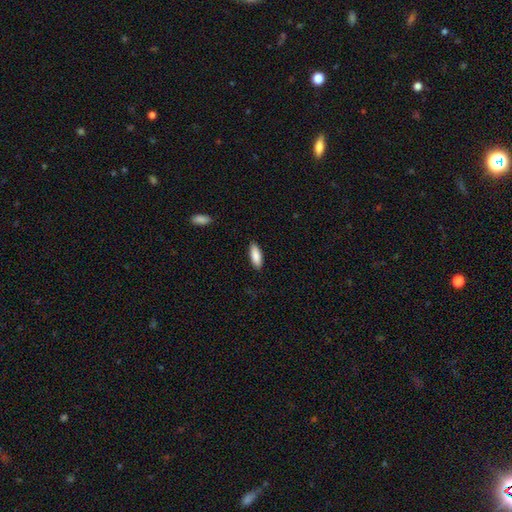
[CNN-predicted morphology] Smooth or featured?
  - smooth: 88% *
  - featured or disk: 6%
  - star or artifact: 6%
How rounded?
  - in between: 68% *
  - cigar-shaped: 31%
  - round: 1%
Merging?
  - none: 88% *
  - minor disturbance: 9%
  - major disturbance: 2%
  - merger: 1%